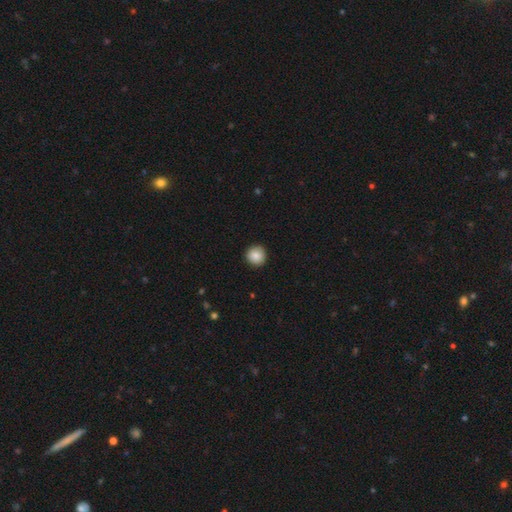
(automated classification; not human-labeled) The model was most divided on "smooth or featured": smooth: 87%, star or artifact: 8%, featured or disk: 5%. More confident: how rounded — round (95%); merging — none (92%).